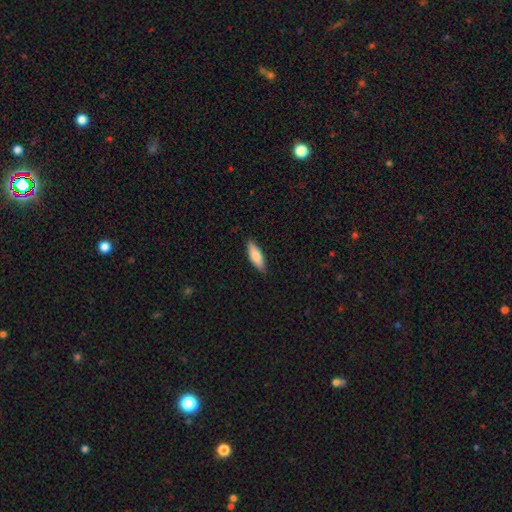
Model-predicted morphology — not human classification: The model was most divided on "how rounded": in between: 58%, cigar-shaped: 40%, round: 2%. More confident: merging — none (85%); smooth or featured — smooth (81%).